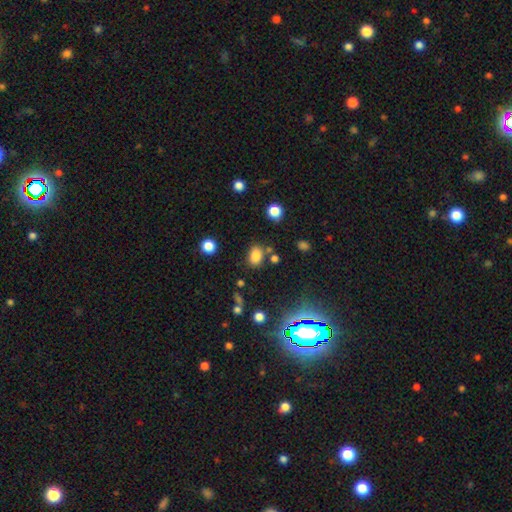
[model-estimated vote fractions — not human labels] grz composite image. It shows a smooth galaxy with no disk features (80%) that is in between round and cigar-shaped (71%). Merging: none (75%).